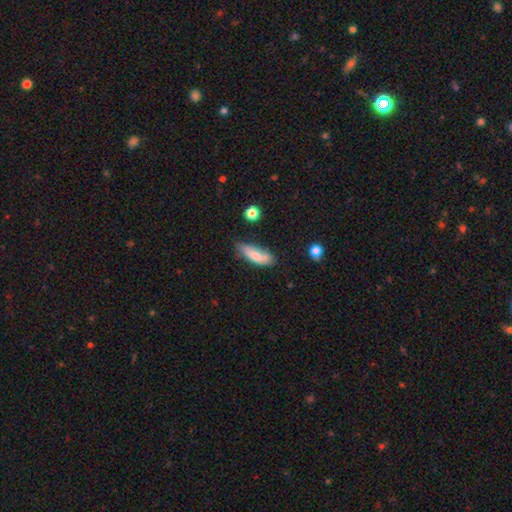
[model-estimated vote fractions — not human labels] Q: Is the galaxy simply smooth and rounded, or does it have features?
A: smooth — 73%.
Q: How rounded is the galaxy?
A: in between — 64%.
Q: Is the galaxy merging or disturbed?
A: none — 57%.